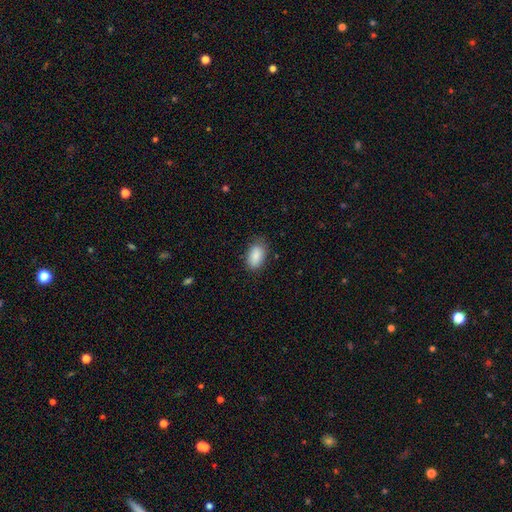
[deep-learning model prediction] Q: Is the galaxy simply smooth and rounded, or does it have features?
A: smooth — 88%.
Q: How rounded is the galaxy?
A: in between — 93%.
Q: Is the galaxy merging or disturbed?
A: none — 78%.